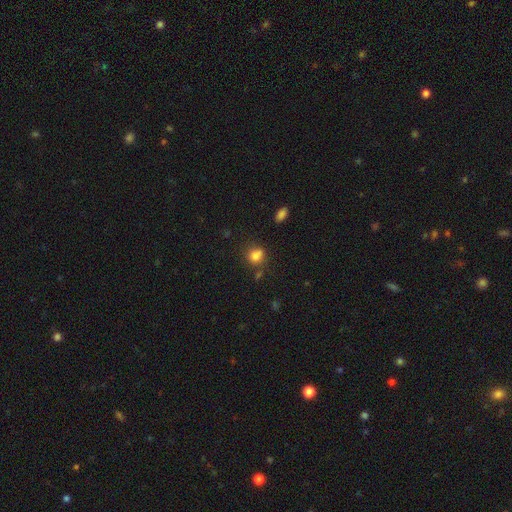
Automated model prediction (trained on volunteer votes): The model was most divided on "merging": none: 62%, minor disturbance: 18%, merger: 14%, major disturbance: 6%. More confident: smooth or featured — smooth (80%); how rounded — round (73%).